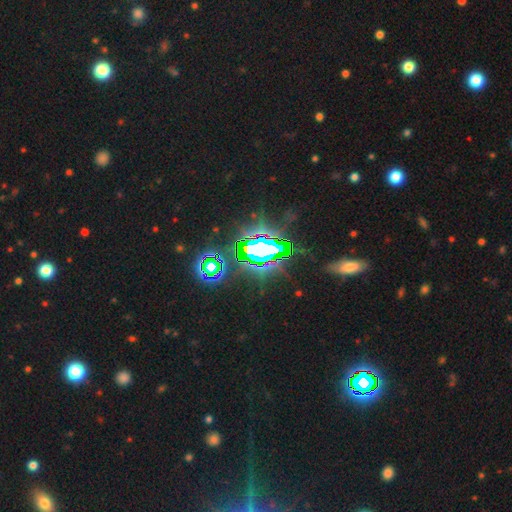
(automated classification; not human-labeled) Smooth or featured? Predicted: star or artifact (p=0.79).